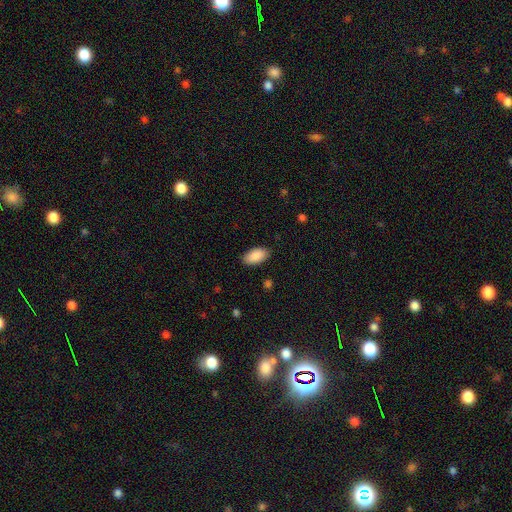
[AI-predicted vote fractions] smooth_or_featured: smooth (p=0.90) [alt: star or artifact p=0.06]
how_rounded: in between (p=0.95) [alt: cigar-shaped p=0.03]
merging: none (p=0.87) [alt: minor disturbance p=0.09]